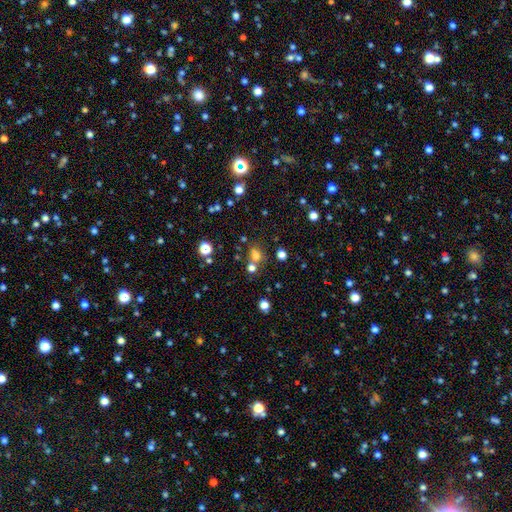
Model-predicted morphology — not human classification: Overall: smooth (67%). How rounded: round (57%; in between 41%). Merging: none (56%; merger 27%).